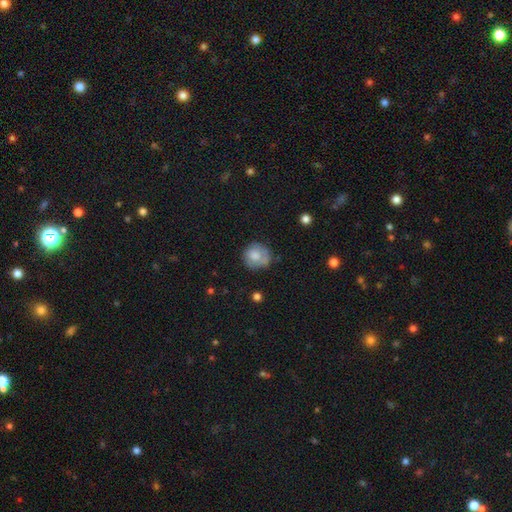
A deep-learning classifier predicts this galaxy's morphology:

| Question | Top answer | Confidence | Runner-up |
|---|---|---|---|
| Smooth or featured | smooth | 73% | featured or disk (19%) |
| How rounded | round | 86% | in between (13%) |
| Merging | none | 63% | minor disturbance (24%) |